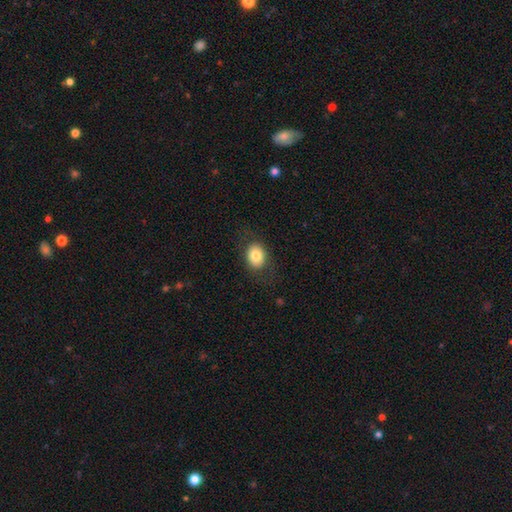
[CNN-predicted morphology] smooth_or_featured: smooth (p=0.80) [alt: featured or disk p=0.12]
how_rounded: in between (p=0.61) [alt: round p=0.38]
merging: none (p=0.81) [alt: minor disturbance p=0.12]